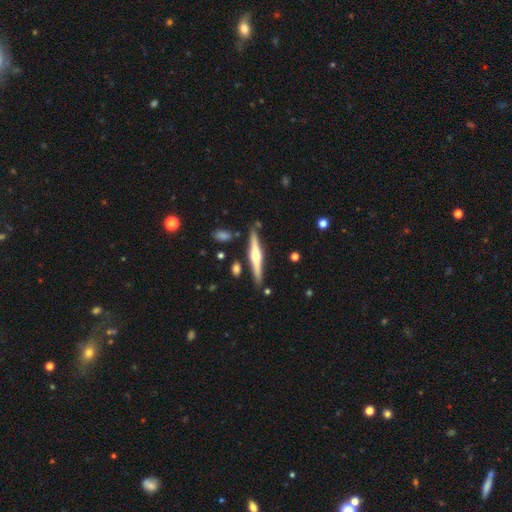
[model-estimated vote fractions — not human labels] featured or disk 70%, smooth 24%, star or artifact 6%. Down the decision tree: edge-on disk — yes (98%); edge-on bulge — rounded (90%); merging — none (85%).